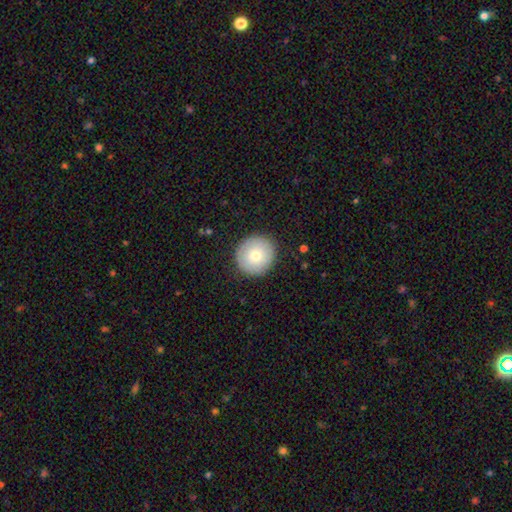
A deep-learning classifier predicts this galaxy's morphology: smooth-or-featured: smooth: 73% | featured or disk: 19% | star or artifact: 8%
  how-rounded: round: 93% | in between: 6% | cigar-shaped: 1%
  merging: none: 89% | minor disturbance: 7% | major disturbance: 2% | merger: 1%